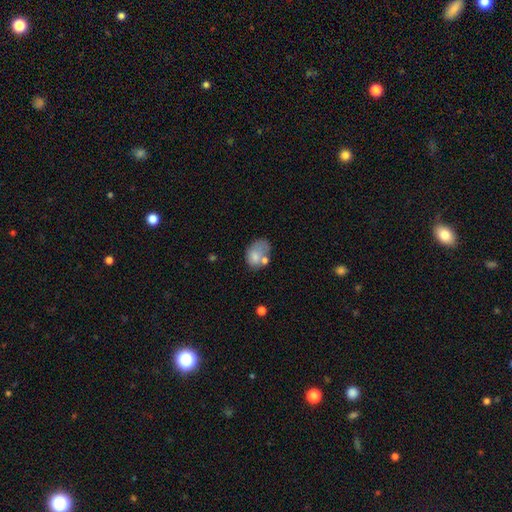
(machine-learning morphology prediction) smooth 71%, featured or disk 20%, star or artifact 9%. Down the decision tree: how rounded — in between (74%); merging — none (36%).